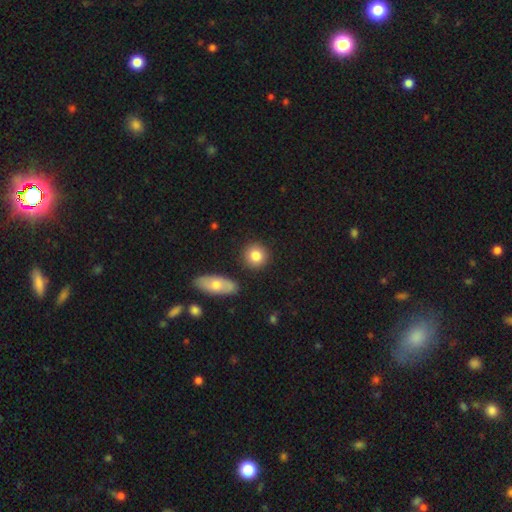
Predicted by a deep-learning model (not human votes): A smooth galaxy with no disk features (83%) that is round (87%).

Vote fractions:
- Smooth or featured? smooth: 83% / featured or disk: 9% / star or artifact: 7%
- How rounded? round: 87% / in between: 12% / cigar-shaped: 2%
- Merging? none: 86% / minor disturbance: 7% / merger: 4% / major disturbance: 2%